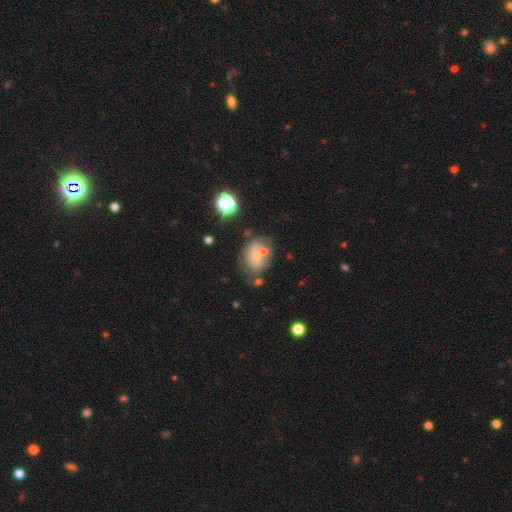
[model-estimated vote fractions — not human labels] featured or disk 54%, smooth 35%, star or artifact 11%. Down the decision tree: edge-on disk — no (96%); bar — no (69%); spiral arms — no (53%); bulge size — moderate (51%); merging — none (40%).